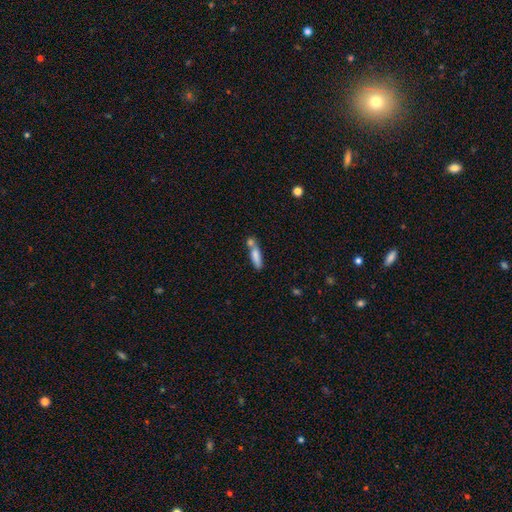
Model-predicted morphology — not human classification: smooth 77%, featured or disk 15%, star or artifact 8%. Down the decision tree: how rounded — cigar-shaped (62%); merging — none (45%).